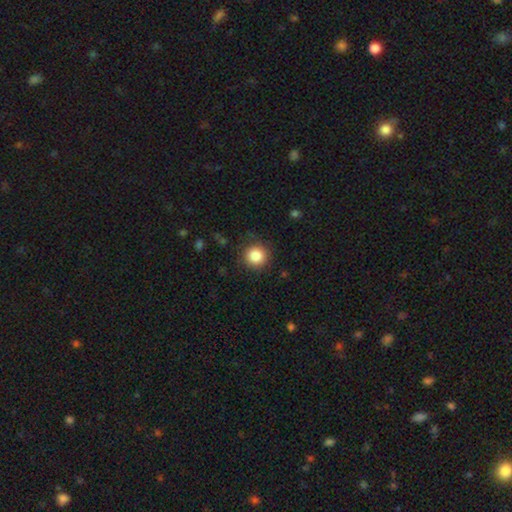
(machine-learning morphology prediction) smooth_or_featured: smooth (p=0.86) [alt: star or artifact p=0.10]
how_rounded: round (p=0.94) [alt: in between p=0.05]
merging: none (p=0.87) [alt: minor disturbance p=0.09]